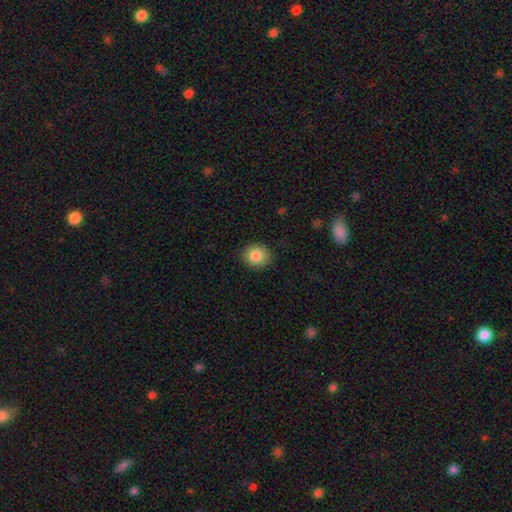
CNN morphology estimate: Q: Smooth or featured?
A: smooth (84%); runner-up: star or artifact (8%)
Q: How rounded?
A: round (71%); runner-up: in between (28%)
Q: Merging?
A: none (87%); runner-up: minor disturbance (10%)